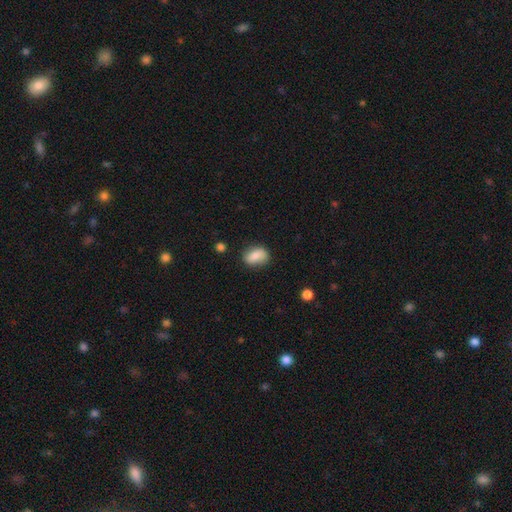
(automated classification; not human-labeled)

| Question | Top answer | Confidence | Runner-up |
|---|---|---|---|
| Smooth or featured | smooth | 75% | featured or disk (17%) |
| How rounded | in between | 74% | round (23%) |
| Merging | none | 77% | minor disturbance (17%) |